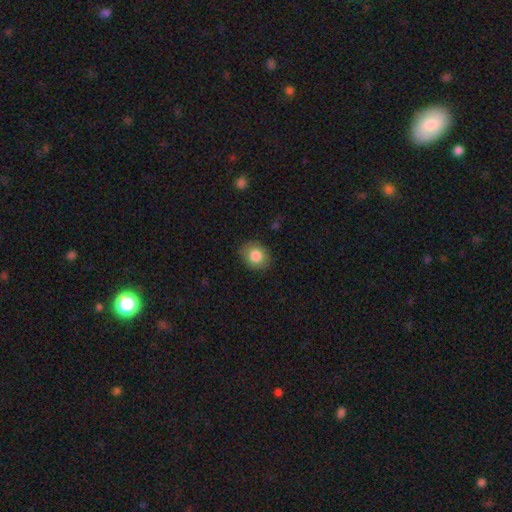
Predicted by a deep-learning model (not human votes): smooth 83%, featured or disk 9%, star or artifact 8%. Down the decision tree: how rounded — round (52%); merging — none (85%).